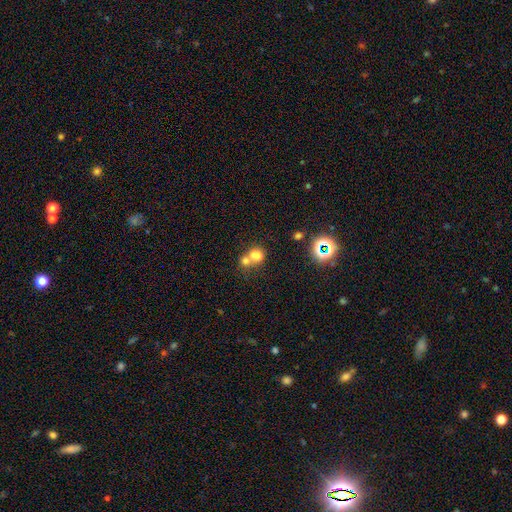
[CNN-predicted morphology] This is likely a smooth galaxy (69%). How rounded: likely round (68%). Merging: likely merger (63%).